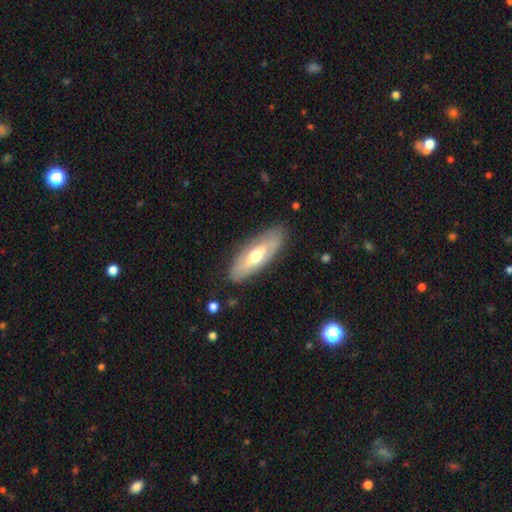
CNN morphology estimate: Smooth or featured? Predicted: featured or disk (p=0.49). Merging? Predicted: none (p=0.84).